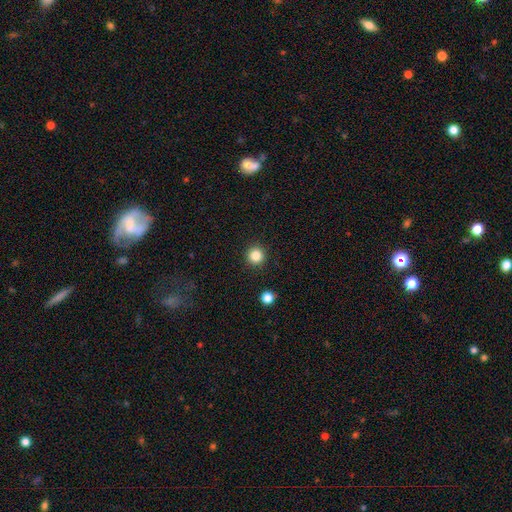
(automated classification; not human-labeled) Smooth or featured: smooth — 84% (star or artifact — 11%)
How rounded: round — 95% (in between — 4%)
Merging: none — 92% (minor disturbance — 5%)